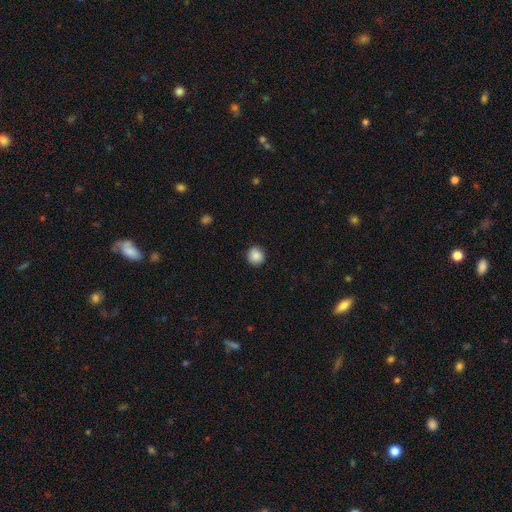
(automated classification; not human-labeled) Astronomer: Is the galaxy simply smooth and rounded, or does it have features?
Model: smooth — 87%.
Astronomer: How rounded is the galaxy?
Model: round — 92%.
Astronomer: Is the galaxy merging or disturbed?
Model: none — 90%.